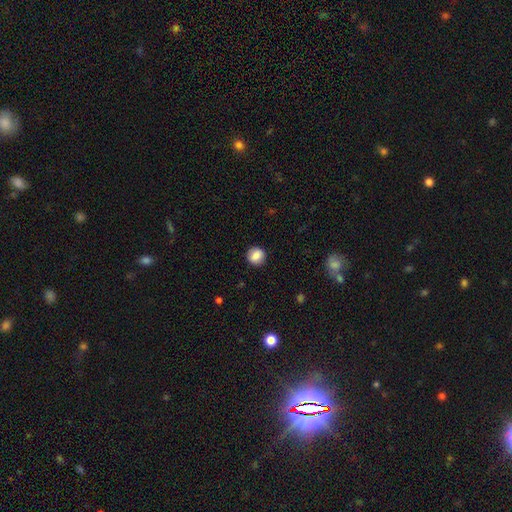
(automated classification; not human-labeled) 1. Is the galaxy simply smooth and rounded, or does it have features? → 85% smooth, 8% star or artifact, 7% featured or disk.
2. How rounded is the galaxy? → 88% round, 11% in between, 1% cigar-shaped.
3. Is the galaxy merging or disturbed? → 90% none, 7% minor disturbance, 2% major disturbance, 1% merger.